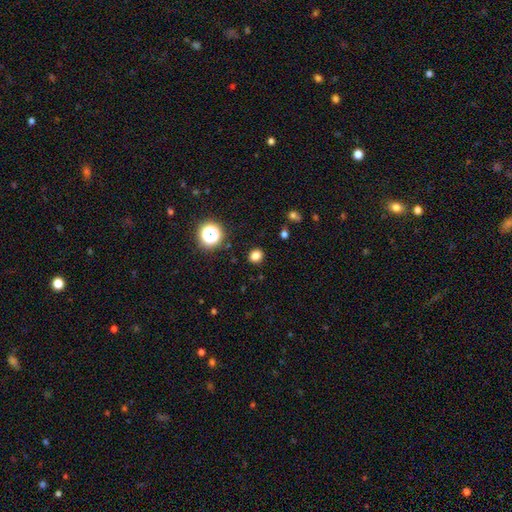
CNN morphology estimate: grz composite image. It shows a smooth galaxy with no disk features (80%) that is round (76%). Merging: none (90%).